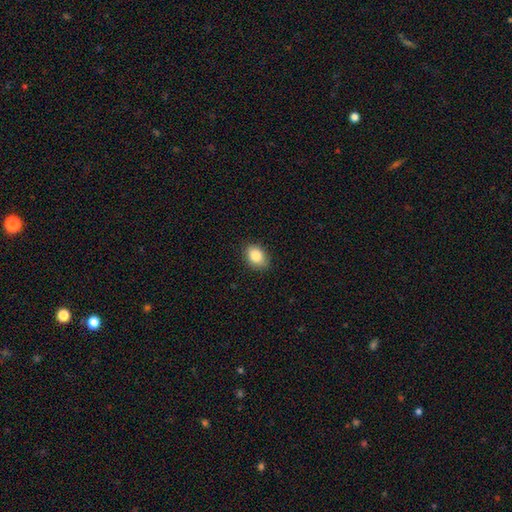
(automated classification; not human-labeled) Smooth or featured?
  - smooth: 85% *
  - star or artifact: 8%
  - featured or disk: 7%
How rounded?
  - in between: 76% *
  - round: 23%
  - cigar-shaped: 1%
Merging?
  - none: 85% *
  - minor disturbance: 12%
  - major disturbance: 2%
  - merger: 1%